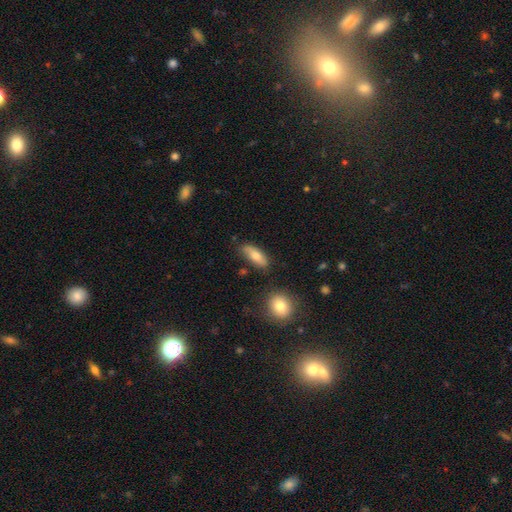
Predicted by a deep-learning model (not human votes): Smooth or featured? Predicted: smooth (p=0.68). How rounded? Predicted: in between (p=0.66). Merging? Predicted: none (p=0.77).